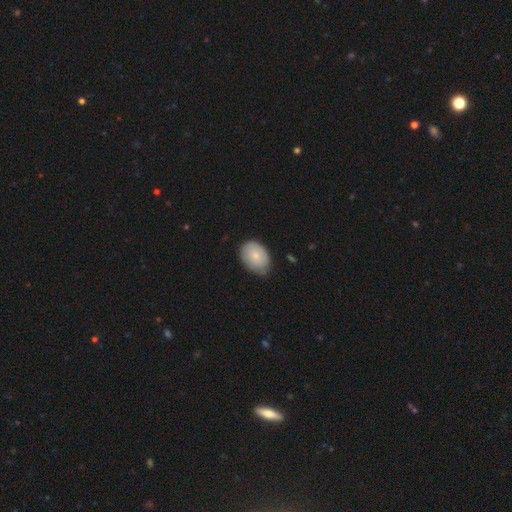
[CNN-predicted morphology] Q: Smooth or featured?
A: smooth (79%); runner-up: featured or disk (15%)
Q: How rounded?
A: in between (78%); runner-up: round (21%)
Q: Merging?
A: none (68%); runner-up: minor disturbance (27%)